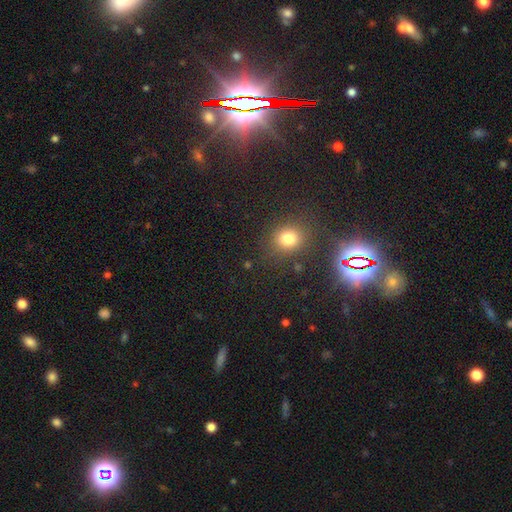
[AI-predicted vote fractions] Smooth or featured: star or artifact — 66% (smooth — 26%)